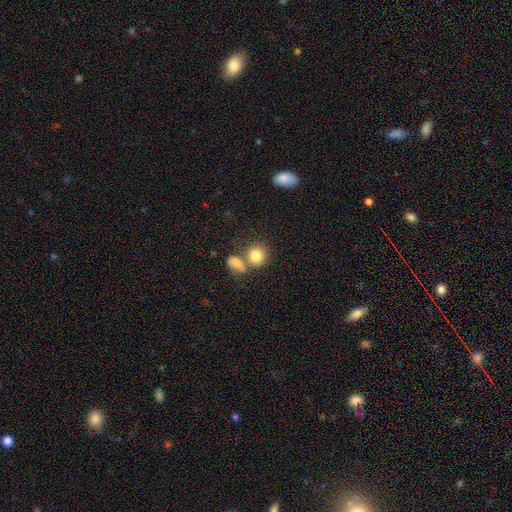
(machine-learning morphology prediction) The model was most divided on "merging": none: 46%, merger: 40%, minor disturbance: 10%, major disturbance: 5%. More confident: smooth or featured — smooth (82%); how rounded — round (72%).